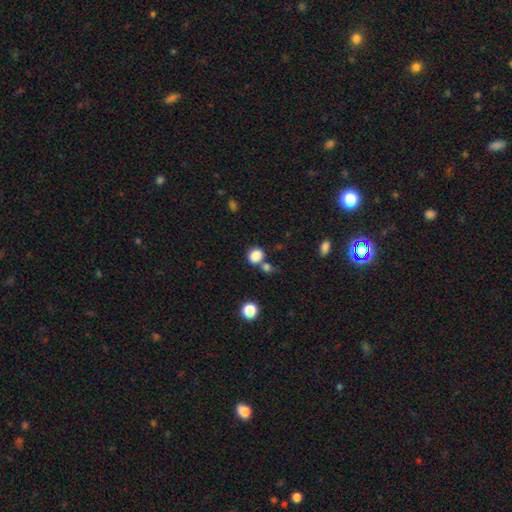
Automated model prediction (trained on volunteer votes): smooth 85%, star or artifact 10%, featured or disk 4%. Down the decision tree: how rounded — round (64%); merging — none (60%).